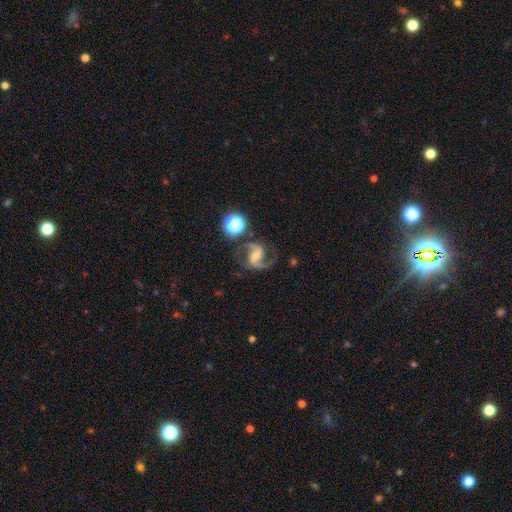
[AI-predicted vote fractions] featured or disk 89%, star or artifact 7%, smooth 5%. Down the decision tree: edge-on disk — no (98%); bar — weak (43%); spiral arms — yes (98%); spiral arm count — 2 (93%); spiral winding — medium (57%); bulge size — moderate (50%); merging — none (74%).